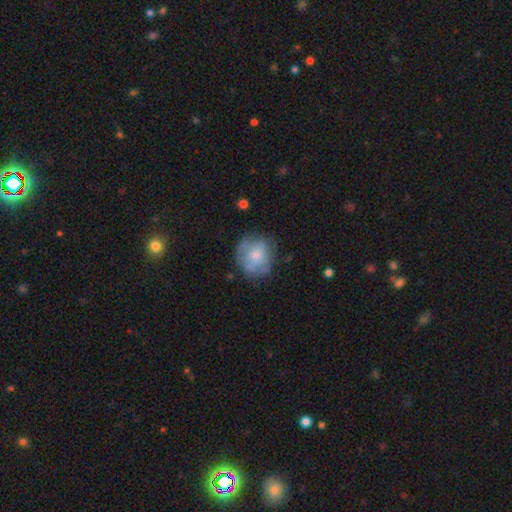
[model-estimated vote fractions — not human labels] The model was most divided on "smooth or featured": smooth: 53%, featured or disk: 39%, star or artifact: 8%. More confident: how rounded — round (79%); merging — none (63%).